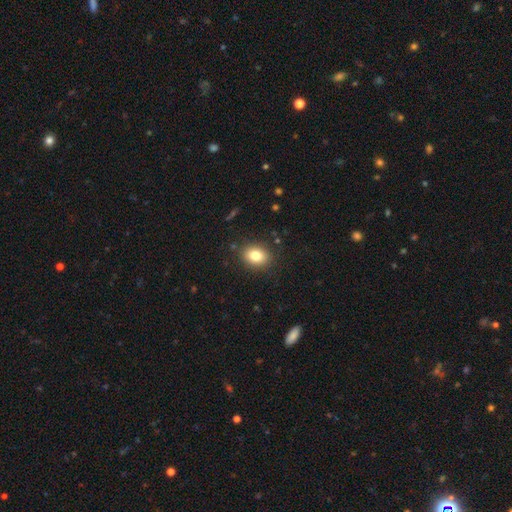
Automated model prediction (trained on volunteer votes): Overall: smooth (82%). How rounded: in between (59%; round 40%). Merging: none (87%).